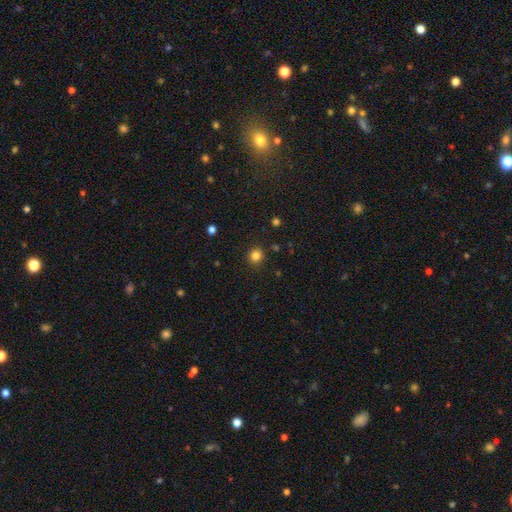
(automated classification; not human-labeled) A smooth galaxy with no disk features (83%) that is round (88%).

Vote fractions:
- Smooth or featured? smooth: 83% / star or artifact: 13% / featured or disk: 4%
- How rounded? round: 88% / in between: 11% / cigar-shaped: 1%
- Merging? none: 90% / minor disturbance: 7% / major disturbance: 2% / merger: 1%